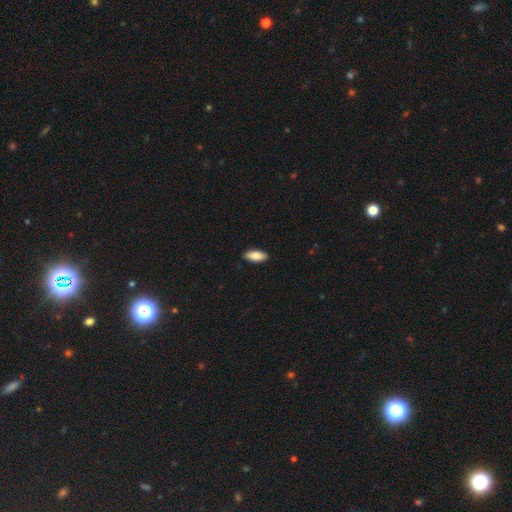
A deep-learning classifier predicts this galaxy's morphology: smooth_or_featured: smooth (p=0.86) [alt: featured or disk p=0.08]
how_rounded: in between (p=0.84) [alt: cigar-shaped p=0.14]
merging: none (p=0.90) [alt: minor disturbance p=0.08]